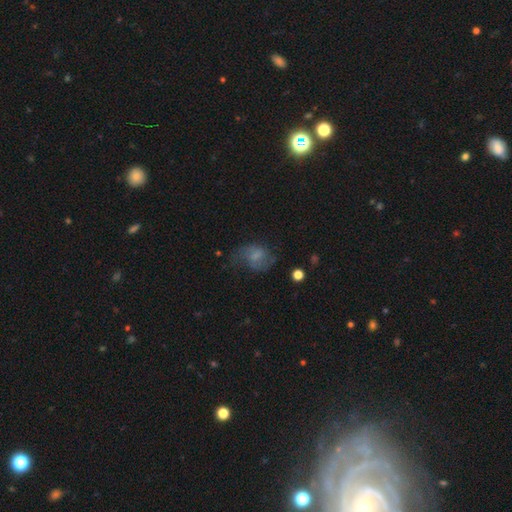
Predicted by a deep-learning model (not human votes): Q: Smooth or featured?
A: smooth (48%); runner-up: featured or disk (41%)
Q: Merging?
A: none (45%); runner-up: minor disturbance (26%)